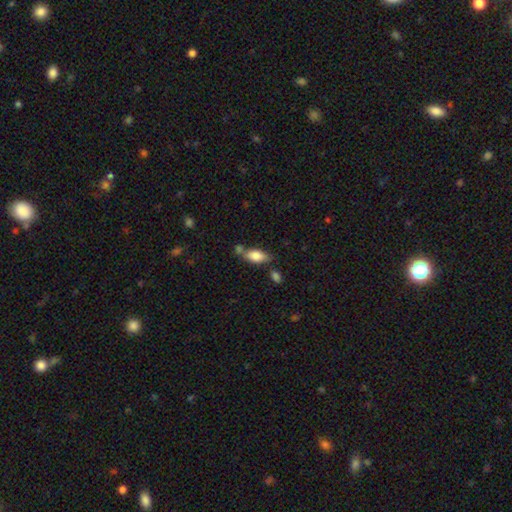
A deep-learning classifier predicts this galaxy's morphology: Smooth or featured? Predicted: smooth (p=0.80). How rounded? Predicted: in between (p=0.84). Merging? Predicted: none (p=0.58).